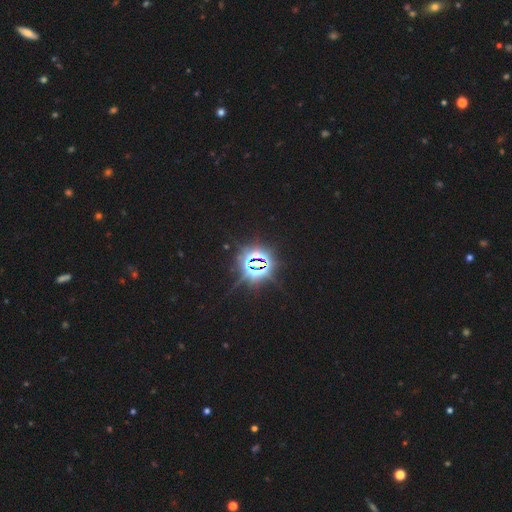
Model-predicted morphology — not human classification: Smooth or featured? Predicted: star or artifact (p=0.85).